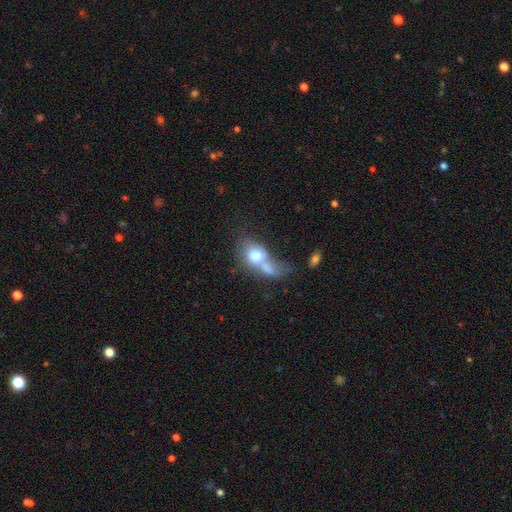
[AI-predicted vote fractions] Overall: smooth (69%). How rounded: in between (55%; round 42%). Merging: merger (64%).